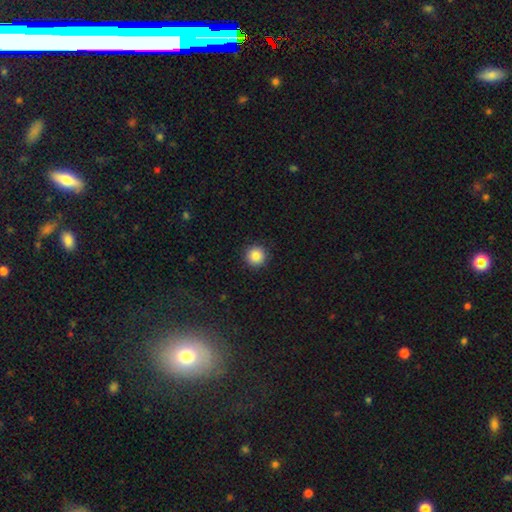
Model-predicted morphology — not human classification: This is clearly a smooth galaxy (86%). How rounded: clearly round (96%). Merging: clearly none (92%).